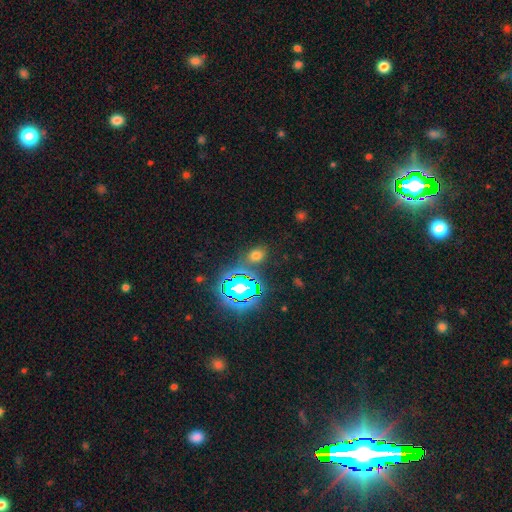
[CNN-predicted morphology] smooth-or-featured: smooth: 58% | star or artifact: 34% | featured or disk: 9%
  how-rounded: in between: 64% | round: 34% | cigar-shaped: 2%
  merging: none: 79% | minor disturbance: 11% | merger: 5% | major disturbance: 4%